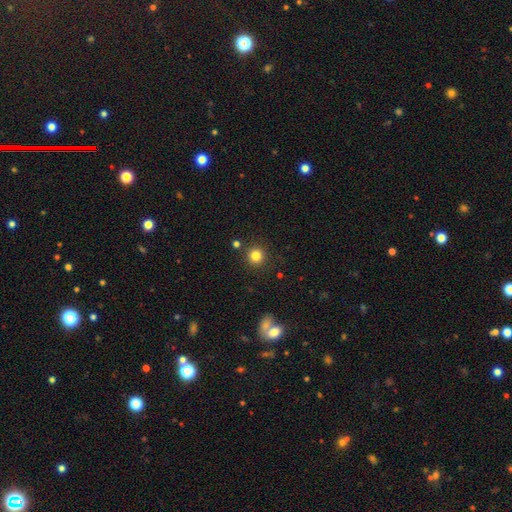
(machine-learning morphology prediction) Overall: smooth (82%). How rounded: round (94%). Merging: none (88%).